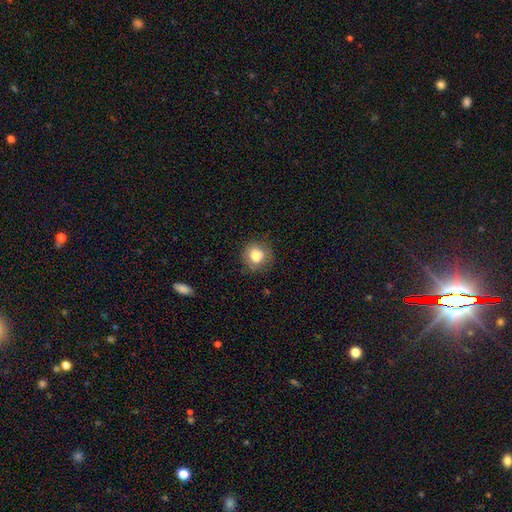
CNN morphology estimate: Smooth or featured?
  - smooth: 80% *
  - star or artifact: 10%
  - featured or disk: 10%
How rounded?
  - round: 85% *
  - in between: 14%
  - cigar-shaped: 1%
Merging?
  - none: 81% *
  - minor disturbance: 14%
  - major disturbance: 4%
  - merger: 1%